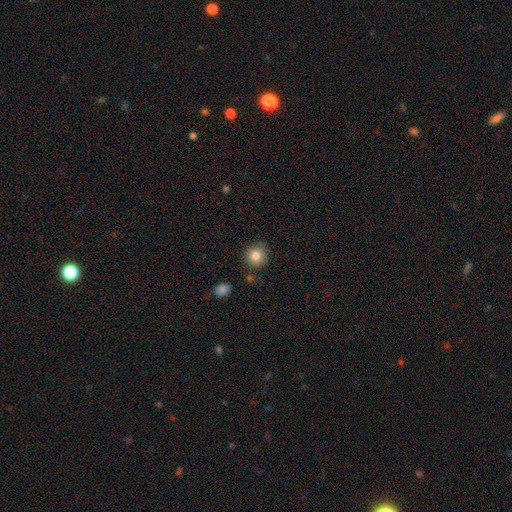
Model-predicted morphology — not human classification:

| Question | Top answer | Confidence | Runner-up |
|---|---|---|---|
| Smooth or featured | smooth | 84% | star or artifact (10%) |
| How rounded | round | 91% | in between (8%) |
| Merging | none | 81% | minor disturbance (12%) |